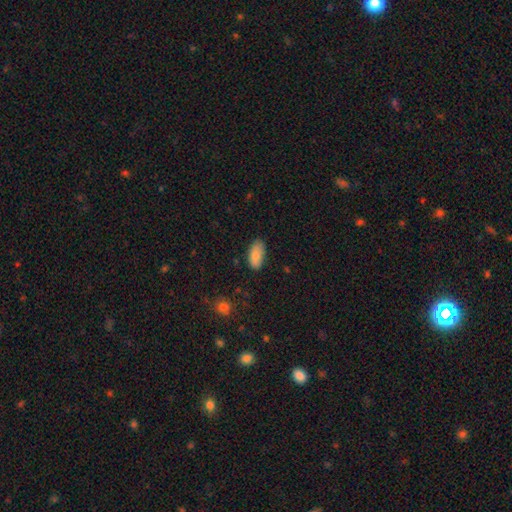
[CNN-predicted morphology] Q: Smooth or featured?
A: smooth (86%); runner-up: star or artifact (7%)
Q: How rounded?
A: in between (92%); runner-up: cigar-shaped (6%)
Q: Merging?
A: none (78%); runner-up: minor disturbance (18%)